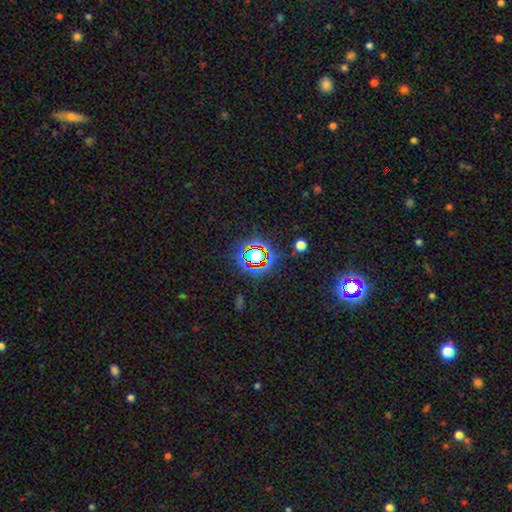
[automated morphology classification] Smooth or featured? Predicted: star or artifact (p=0.68).